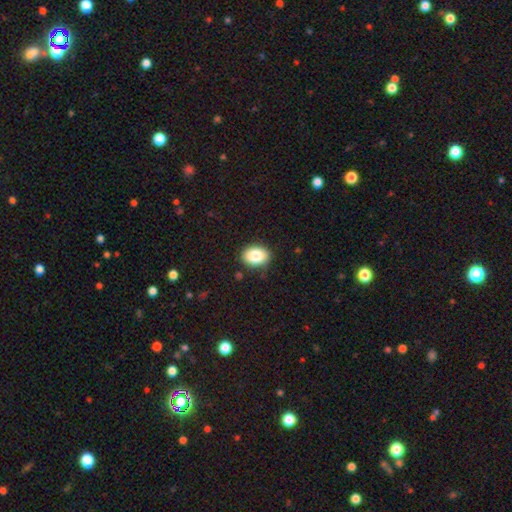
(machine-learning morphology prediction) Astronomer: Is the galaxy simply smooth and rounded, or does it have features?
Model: smooth — 84%.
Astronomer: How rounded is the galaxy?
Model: in between — 74%.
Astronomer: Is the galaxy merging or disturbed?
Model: none — 85%.